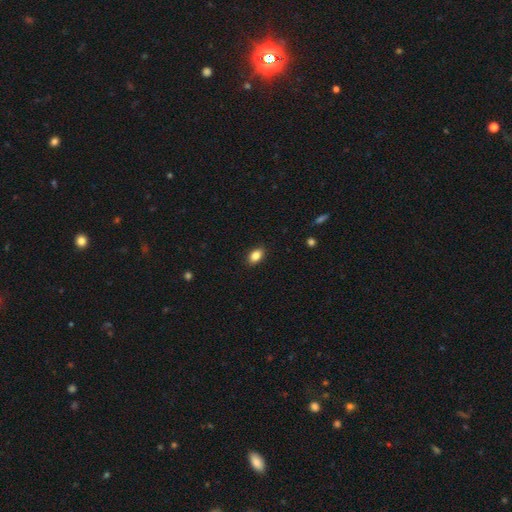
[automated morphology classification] Smooth or featured? Predicted: smooth (p=0.86). How rounded? Predicted: in between (p=0.87). Merging? Predicted: none (p=0.89).